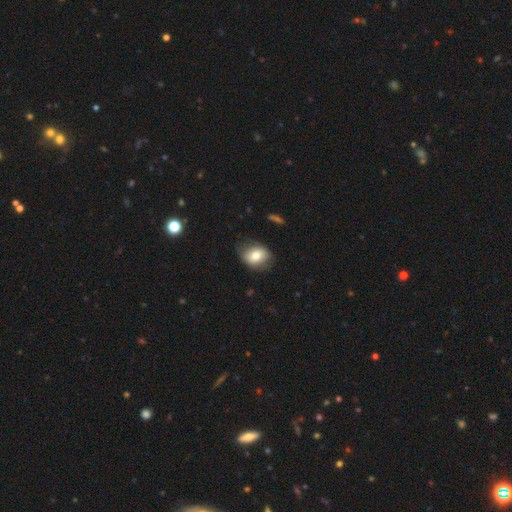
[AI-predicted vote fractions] smooth_or_featured: smooth (p=0.72) [alt: featured or disk p=0.20]
how_rounded: in between (p=0.58) [alt: round p=0.41]
merging: none (p=0.71) [alt: minor disturbance p=0.22]